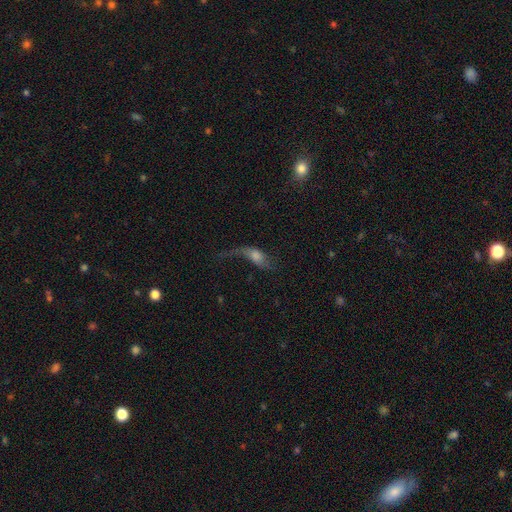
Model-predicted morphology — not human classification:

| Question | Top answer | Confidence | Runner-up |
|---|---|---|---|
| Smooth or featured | featured or disk | 51% | smooth (37%) |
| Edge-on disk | no | 81% | yes (19%) |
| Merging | major disturbance | 46% | none (30%) |